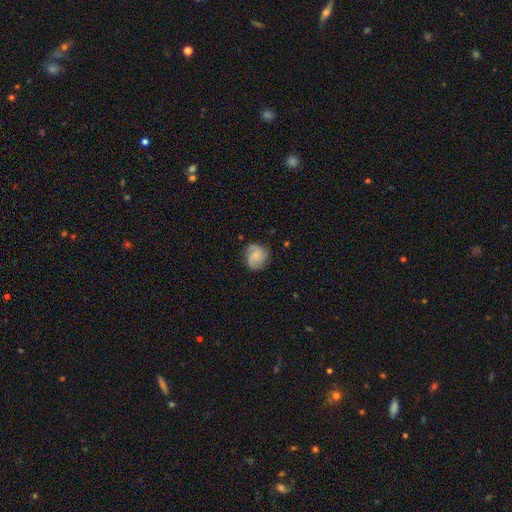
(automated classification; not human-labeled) Smooth or featured? Predicted: smooth (p=0.47). Merging? Predicted: none (p=0.72).